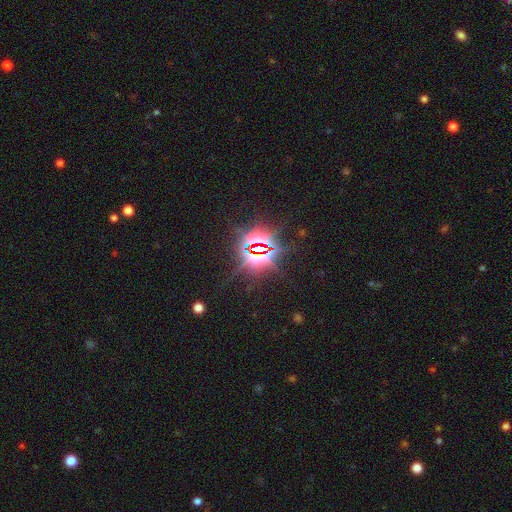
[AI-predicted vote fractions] Smooth or featured?
  - star or artifact: 86% *
  - featured or disk: 8%
  - smooth: 7%